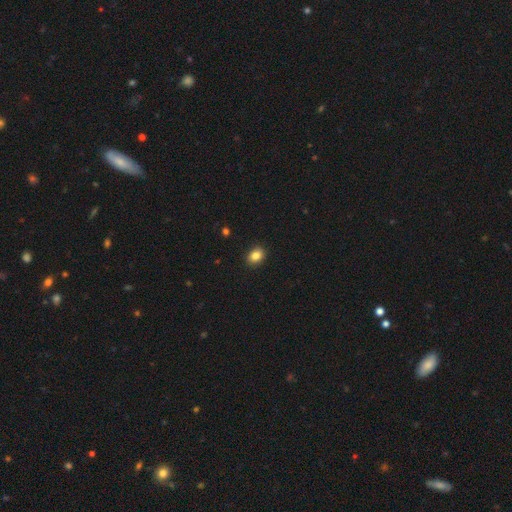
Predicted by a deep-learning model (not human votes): Smooth or featured? smooth (85%)
How rounded? in between (60%)
Merging? none (90%)